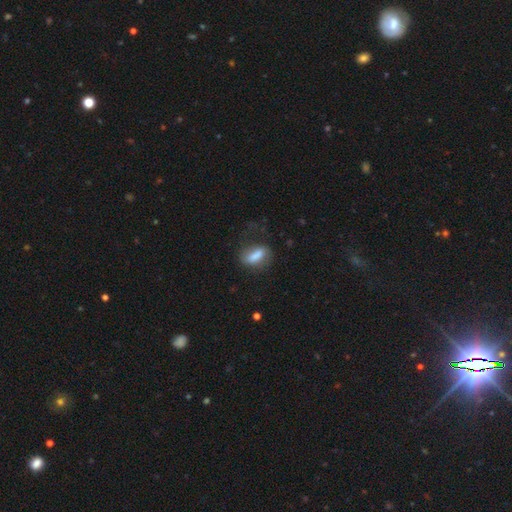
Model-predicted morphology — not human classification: The model was most divided on "merging": none: 57%, minor disturbance: 23%, major disturbance: 17%, merger: 3%. More confident: smooth or featured — smooth (73%); how rounded — in between (68%).